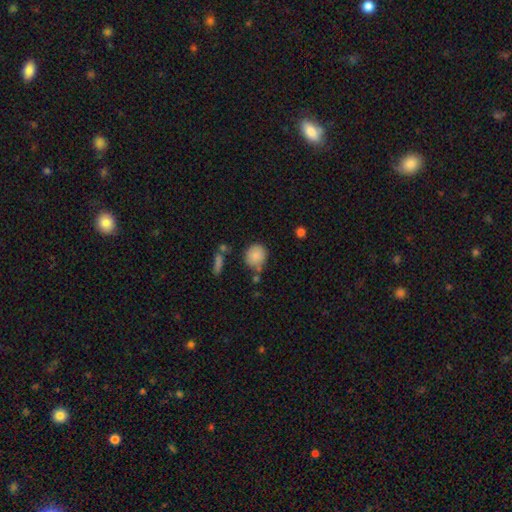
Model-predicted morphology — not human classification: This is clearly a smooth galaxy (85%). How rounded: clearly round (83%). Merging: likely none (71%).